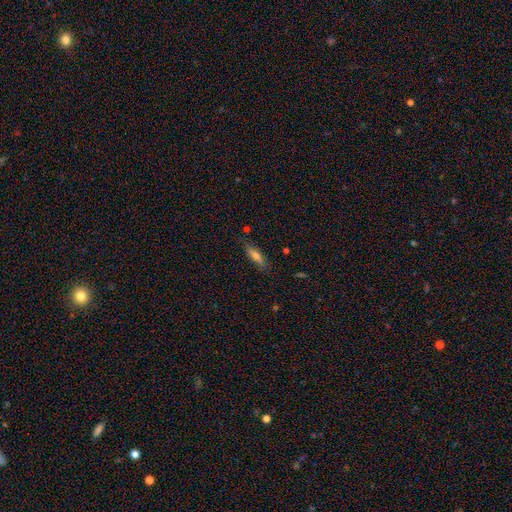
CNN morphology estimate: This is likely a smooth galaxy (60%). How rounded: likely cigar-shaped (65%). Merging: likely none (79%).